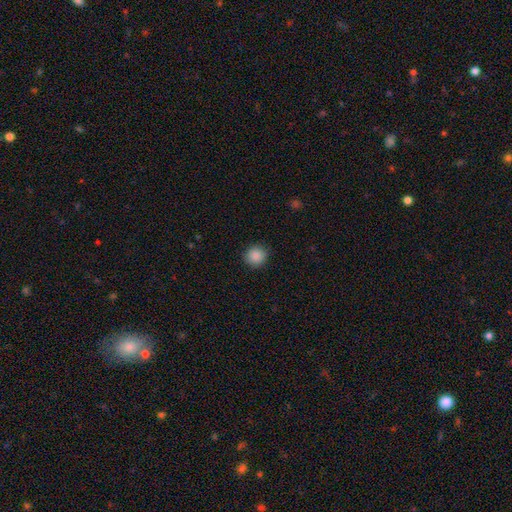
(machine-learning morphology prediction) smooth_or_featured: smooth (p=0.88) [alt: star or artifact p=0.09]
how_rounded: round (p=0.92) [alt: in between p=0.08]
merging: none (p=0.89) [alt: minor disturbance p=0.08]